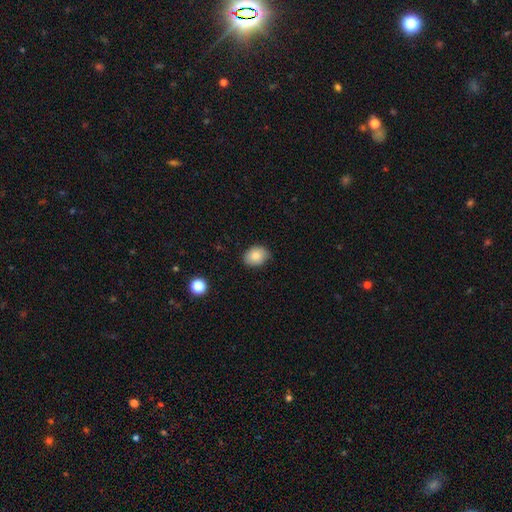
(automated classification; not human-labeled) Morphology: type=smooth (85%); roundness=in between (59%); merging=none (76%).